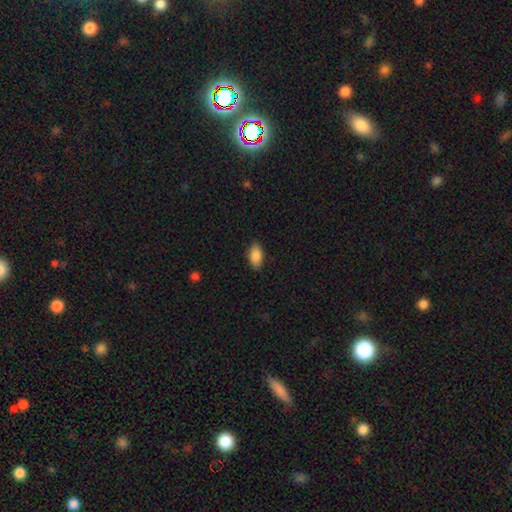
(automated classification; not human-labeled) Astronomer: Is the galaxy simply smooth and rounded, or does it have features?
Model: smooth — 89%.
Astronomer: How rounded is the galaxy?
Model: in between — 92%.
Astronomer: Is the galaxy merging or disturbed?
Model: none — 86%.